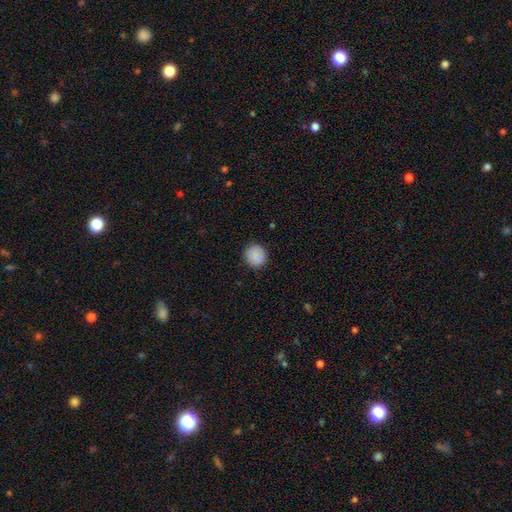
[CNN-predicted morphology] smooth_or_featured: smooth (p=0.83) [alt: featured or disk p=0.09]
how_rounded: round (p=0.89) [alt: in between p=0.10]
merging: none (p=0.88) [alt: minor disturbance p=0.09]